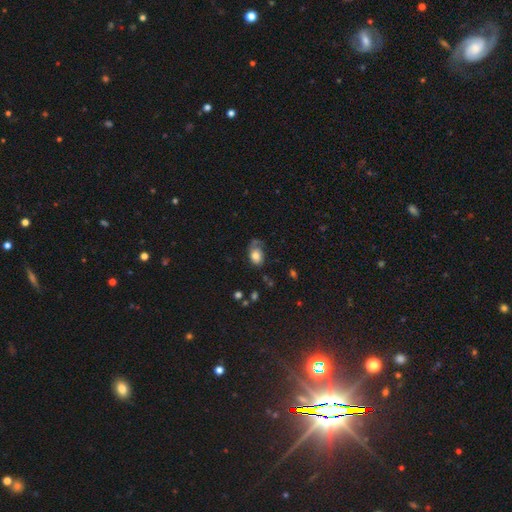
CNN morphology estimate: smooth 60%, featured or disk 30%, star or artifact 9%. Down the decision tree: how rounded — in between (78%); merging — none (40%).